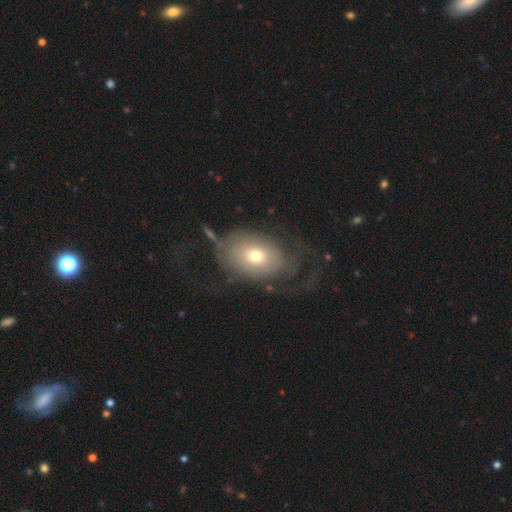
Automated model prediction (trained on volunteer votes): Smooth or featured? Predicted: smooth (p=0.53). How rounded? Predicted: in between (p=0.75). Merging? Predicted: none (p=0.42).